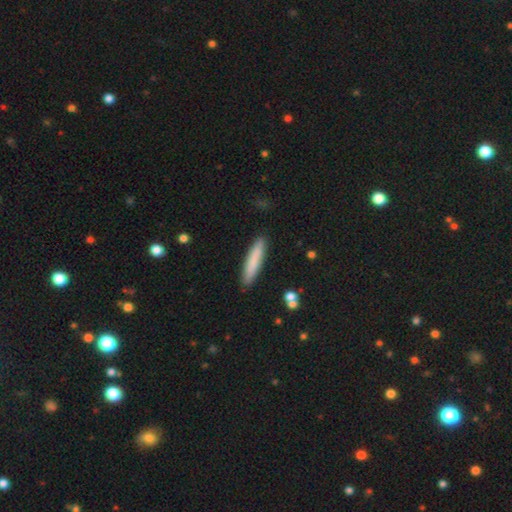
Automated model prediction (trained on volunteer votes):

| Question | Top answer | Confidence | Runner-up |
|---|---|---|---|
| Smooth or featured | smooth | 80% | featured or disk (13%) |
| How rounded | cigar-shaped | 90% | in between (9%) |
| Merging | none | 90% | minor disturbance (8%) |